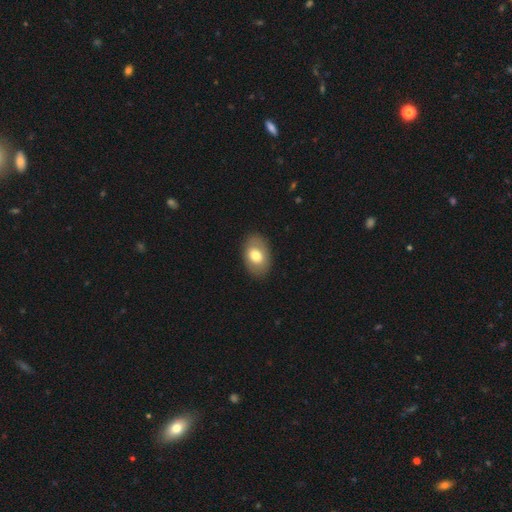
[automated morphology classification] type=smooth (73%); roundness=in between (85%); merging=none (86%).